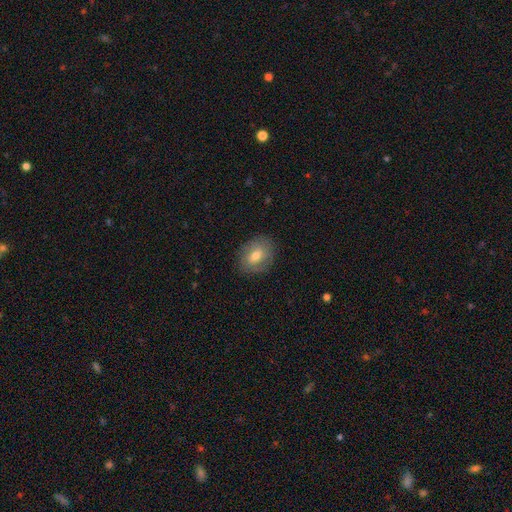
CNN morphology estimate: Q: Smooth or featured?
A: smooth (57%); runner-up: featured or disk (33%)
Q: How rounded?
A: in between (58%); runner-up: round (41%)
Q: Merging?
A: none (83%); runner-up: minor disturbance (12%)